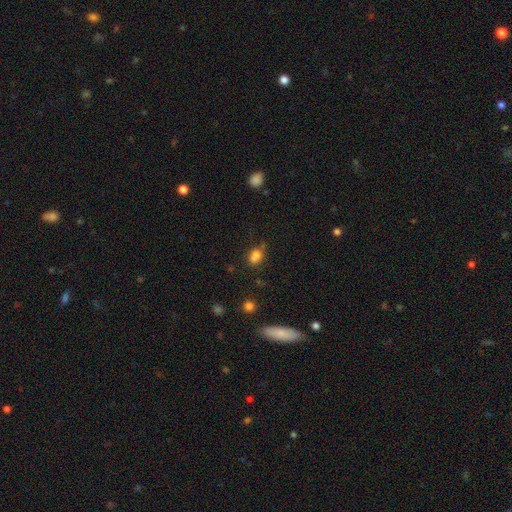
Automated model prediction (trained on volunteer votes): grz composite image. It shows a smooth galaxy with no disk features (78%) that is in between round and cigar-shaped (71%). Merging: none (50%).